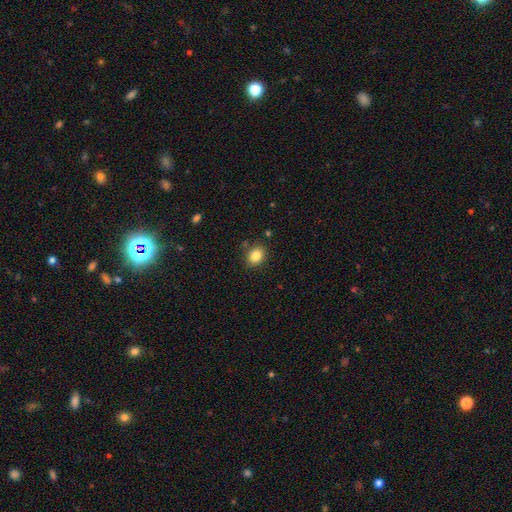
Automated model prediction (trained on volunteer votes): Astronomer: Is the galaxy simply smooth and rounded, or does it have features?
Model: smooth — 84%.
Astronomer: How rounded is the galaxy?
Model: in between — 56% (runner-up: round, 44%).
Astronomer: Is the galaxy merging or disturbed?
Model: none — 85%.